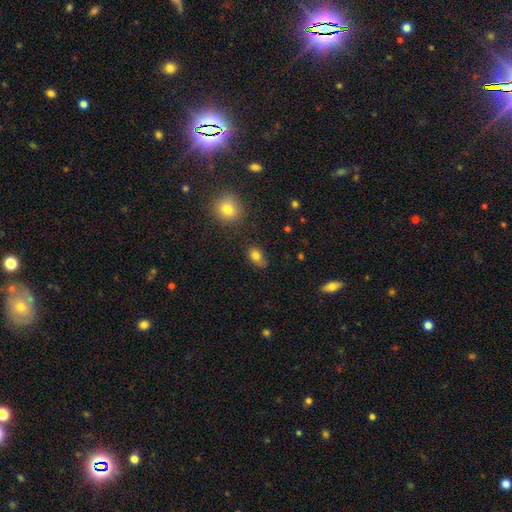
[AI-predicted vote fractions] Smooth or featured? smooth (82%)
How rounded? in between (79%)
Merging? none (69%)